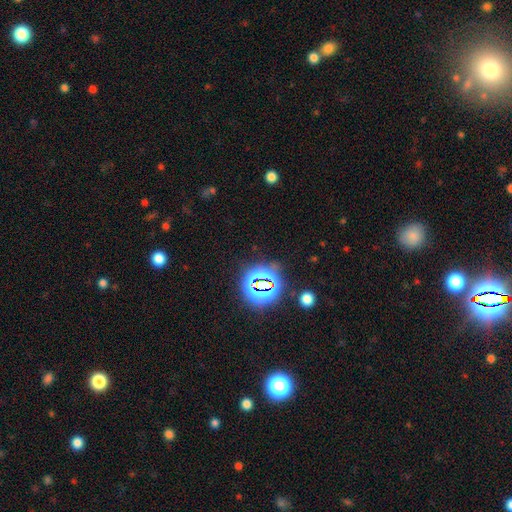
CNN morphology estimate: Smooth or featured? star or artifact (77%)